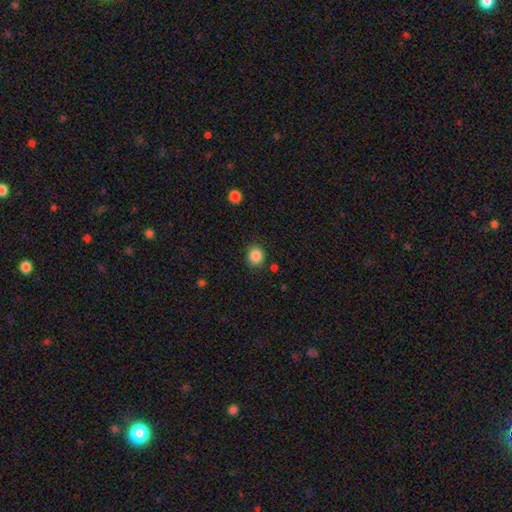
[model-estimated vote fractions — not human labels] This appears to be a smooth galaxy with no disk features (86%) that is round (81%). Merging: none (86%).